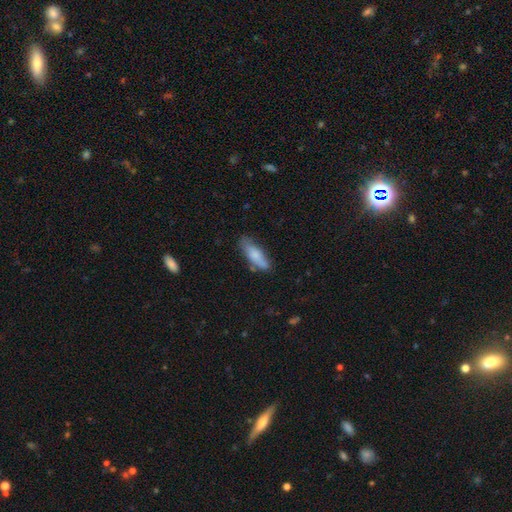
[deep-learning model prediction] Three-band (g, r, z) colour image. It shows a smooth galaxy with no disk features (77%) that is in between round and cigar-shaped (53%). Merging: none (65%).